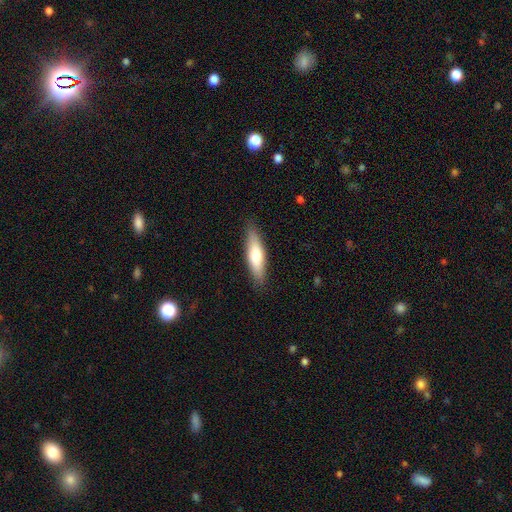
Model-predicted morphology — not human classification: The model was most divided on "how rounded": cigar-shaped: 63%, in between: 35%, round: 2%. More confident: merging — none (87%); smooth or featured — smooth (67%).